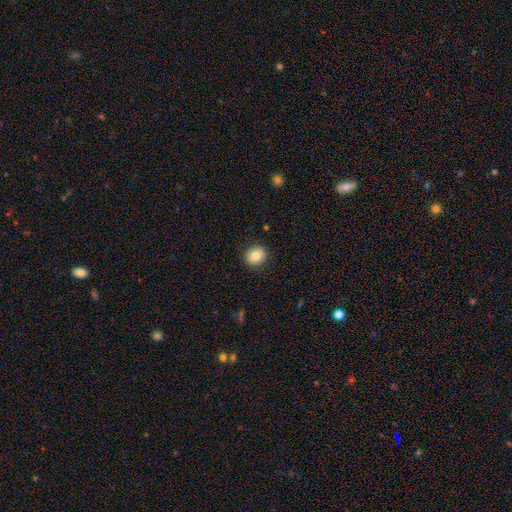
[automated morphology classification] This is clearly a smooth galaxy (82%). How rounded: likely round (79%). Merging: clearly none (90%).